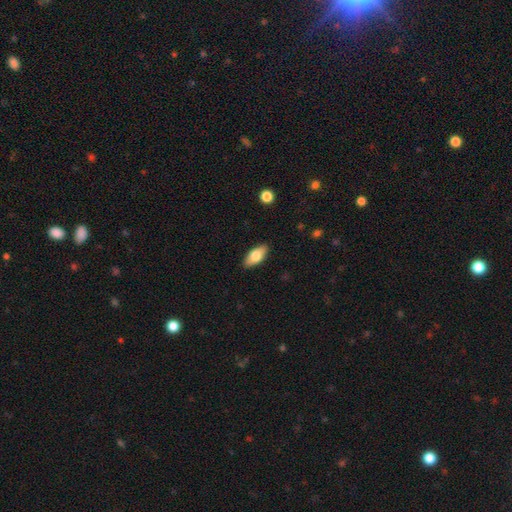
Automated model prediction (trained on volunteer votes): Smooth or featured? smooth (74%)
How rounded? in between (87%)
Merging? none (88%)